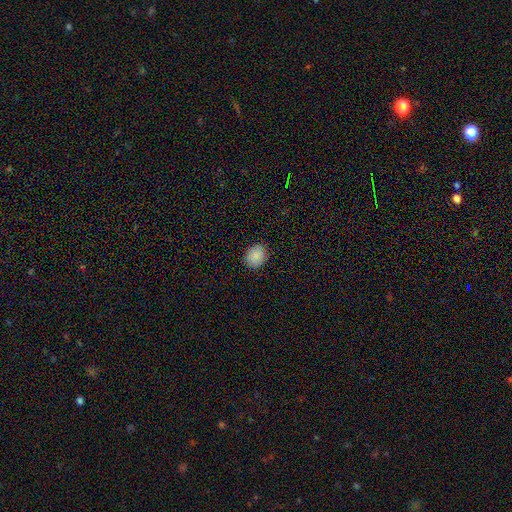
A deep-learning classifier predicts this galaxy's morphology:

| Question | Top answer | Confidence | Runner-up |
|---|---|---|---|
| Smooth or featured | smooth | 88% | star or artifact (8%) |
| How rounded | round | 61% | in between (38%) |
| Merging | none | 88% | minor disturbance (9%) |